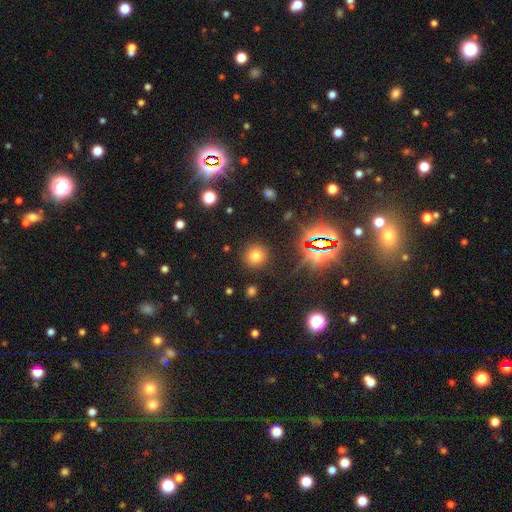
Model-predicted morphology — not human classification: A smooth galaxy with no disk features (70%) that is round (93%).

Vote fractions:
- Smooth or featured? smooth: 70% / star or artifact: 22% / featured or disk: 8%
- How rounded? round: 93% / in between: 6% / cigar-shaped: 1%
- Merging? none: 89% / minor disturbance: 6% / major disturbance: 3% / merger: 2%